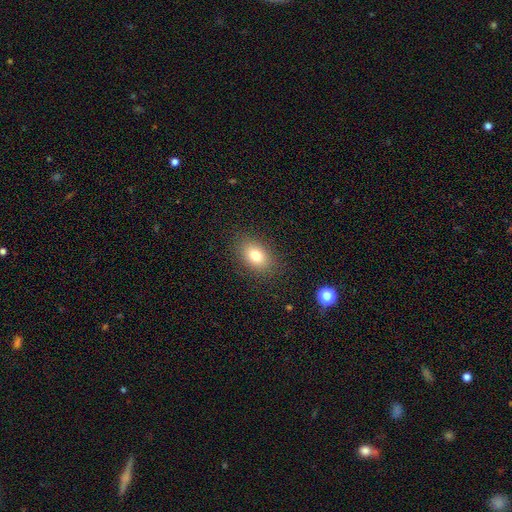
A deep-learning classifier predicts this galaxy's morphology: Smooth or featured: smooth — 78% (star or artifact — 11%)
How rounded: in between — 79% (round — 19%)
Merging: none — 87% (minor disturbance — 9%)